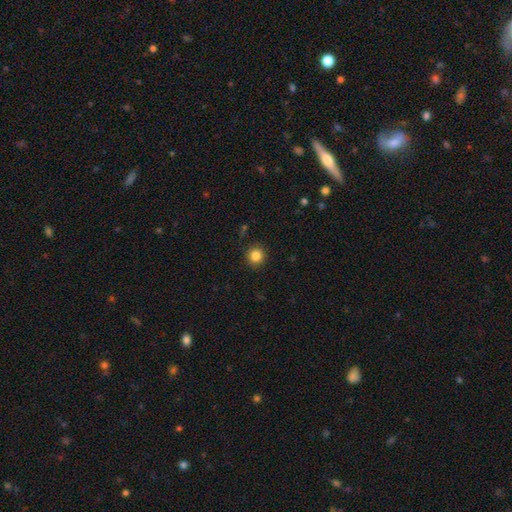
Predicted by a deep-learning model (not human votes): Smooth or featured: smooth — 85% (star or artifact — 11%)
How rounded: round — 94% (in between — 5%)
Merging: none — 90% (minor disturbance — 6%)